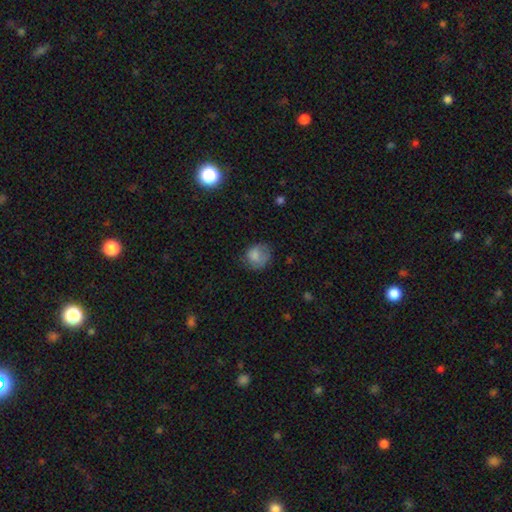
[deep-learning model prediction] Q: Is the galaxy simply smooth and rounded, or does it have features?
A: smooth — 77%.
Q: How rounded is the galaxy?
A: round — 69%.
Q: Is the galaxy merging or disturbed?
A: none — 54%.